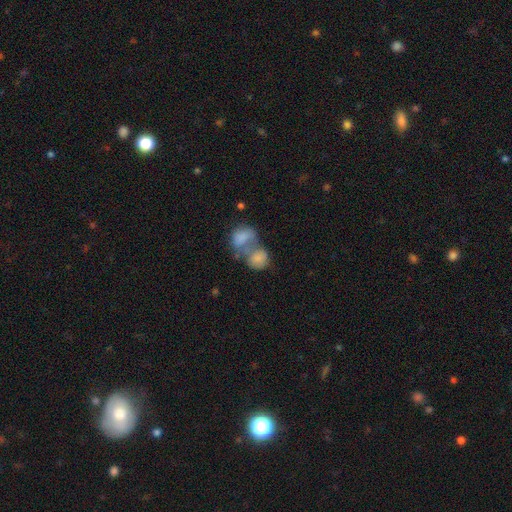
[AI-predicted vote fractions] Smooth or featured? Predicted: smooth (p=0.69). How rounded? Predicted: in between (p=0.59). Merging? Predicted: merger (p=0.72).